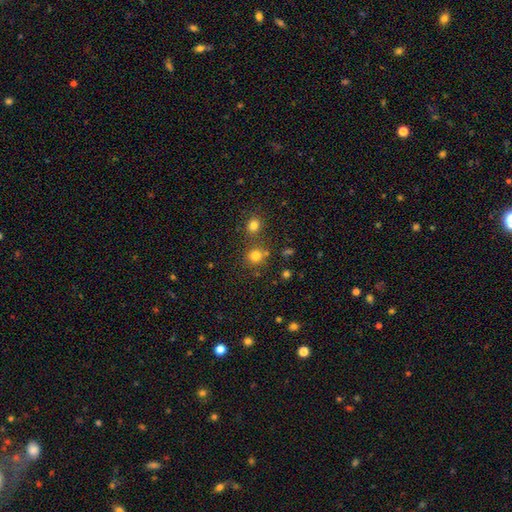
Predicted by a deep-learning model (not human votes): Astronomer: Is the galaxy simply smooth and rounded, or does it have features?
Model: smooth — 79%.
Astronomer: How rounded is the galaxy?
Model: round — 86%.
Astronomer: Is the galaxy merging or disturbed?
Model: none — 68%.